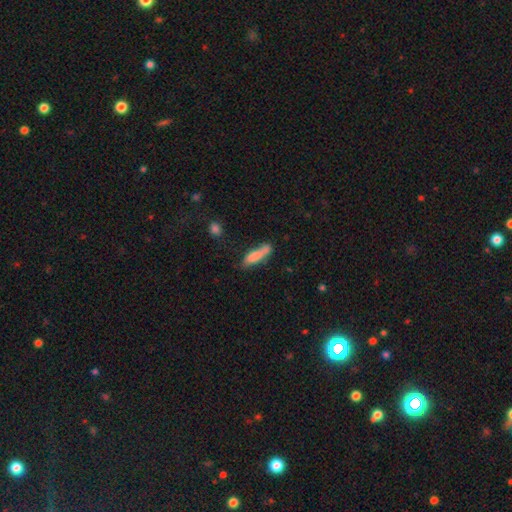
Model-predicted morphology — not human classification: The model was most divided on "merging": none: 50%, minor disturbance: 23%, merger: 19%, major disturbance: 8%. More confident: smooth or featured — smooth (76%); how rounded — cigar-shaped (63%).